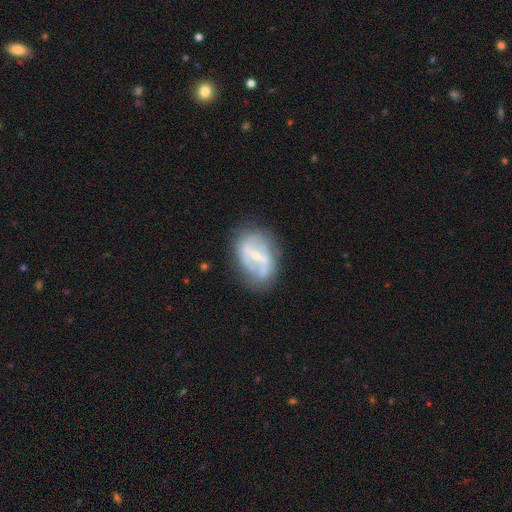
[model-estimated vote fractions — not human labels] smooth-or-featured: featured or disk: 73% | smooth: 20% | star or artifact: 7%
  disk-edge-on: no: 96% | yes: 4%
    bar: weak: 40% | strong: 38% | no: 22%
    has-spiral-arms: yes: 62% | no: 38%
    bulge-size: small: 60% | moderate: 34% | none: 3% | large: 2% | dominant: 1%
  merging: none: 65% | minor disturbance: 22% | major disturbance: 10% | merger: 3%